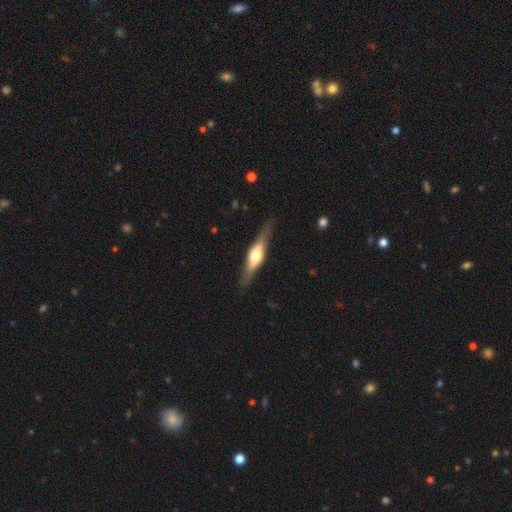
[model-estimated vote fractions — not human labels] featured or disk 66%, smooth 28%, star or artifact 5%. Down the decision tree: edge-on disk — yes (94%); edge-on bulge — rounded (88%); merging — none (86%).